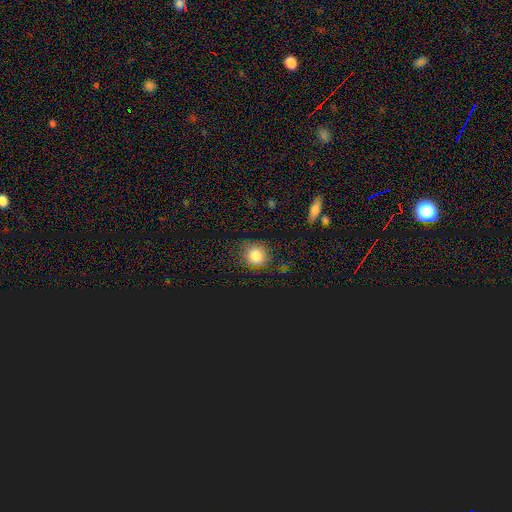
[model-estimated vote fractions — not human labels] Smooth or featured? Predicted: smooth (p=0.80). How rounded? Predicted: round (p=0.81). Merging? Predicted: none (p=0.76).